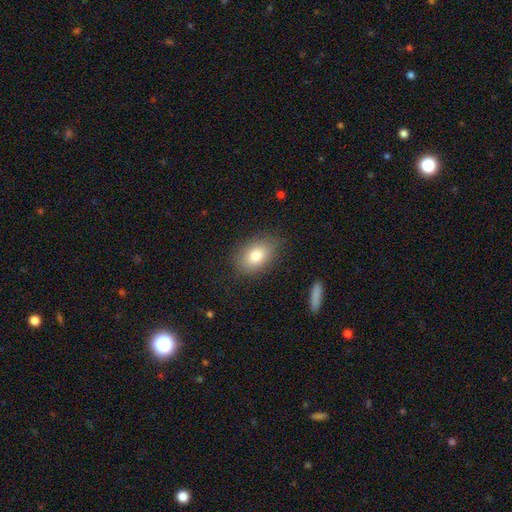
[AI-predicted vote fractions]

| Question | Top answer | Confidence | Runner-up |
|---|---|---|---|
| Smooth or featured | smooth | 79% | featured or disk (12%) |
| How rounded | in between | 80% | round (18%) |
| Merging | none | 80% | minor disturbance (14%) |